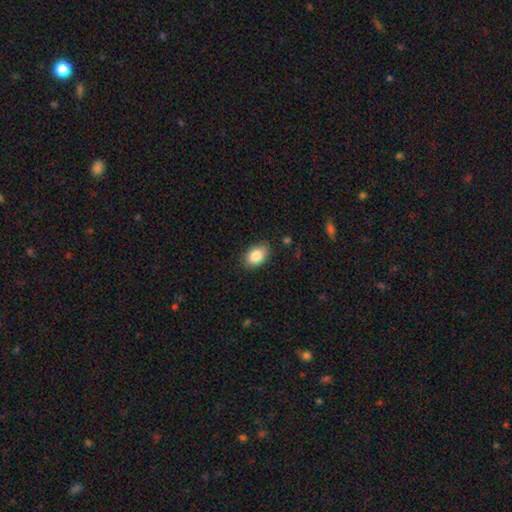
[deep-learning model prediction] Smooth or featured? smooth (85%)
How rounded? in between (83%)
Merging? none (83%)